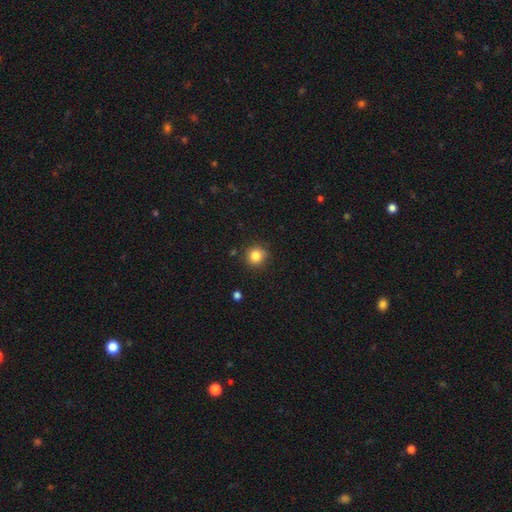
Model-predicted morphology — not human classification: This appears to be a smooth galaxy with no disk features (83%) that is round (92%). Merging: none (86%).